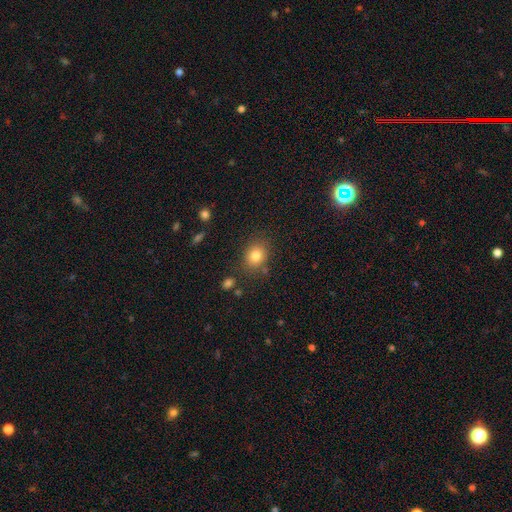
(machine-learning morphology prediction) smooth-or-featured: smooth: 81% | star or artifact: 11% | featured or disk: 8%
  how-rounded: round: 57% | in between: 42% | cigar-shaped: 1%
  merging: none: 80% | minor disturbance: 12% | major disturbance: 4% | merger: 4%